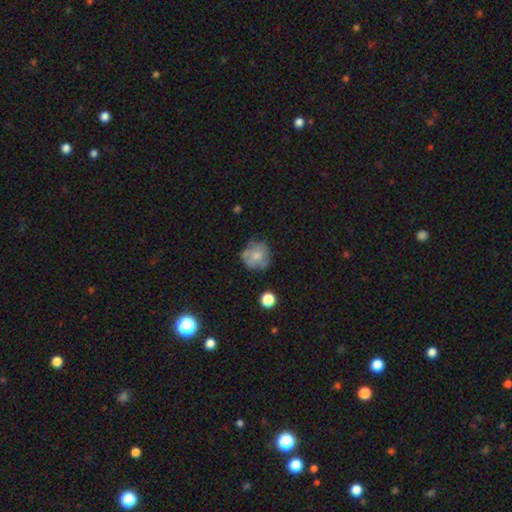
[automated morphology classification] smooth 68%, featured or disk 23%, star or artifact 9%. Down the decision tree: how rounded — round (87%); merging — none (64%).